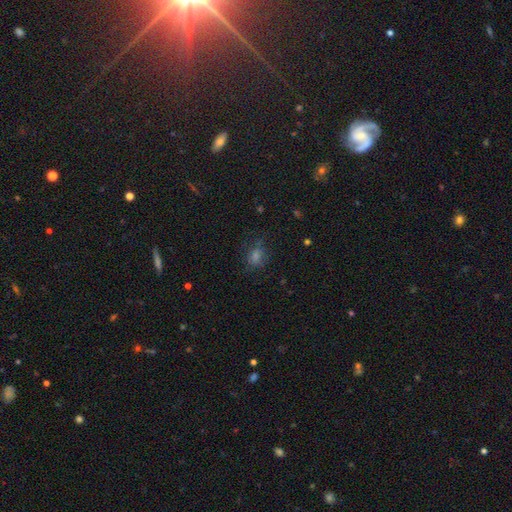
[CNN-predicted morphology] Smooth or featured: smooth — 53% (star or artifact — 35%)
How rounded: round — 49% (in between — 48%)
Merging: none — 70% (minor disturbance — 18%)